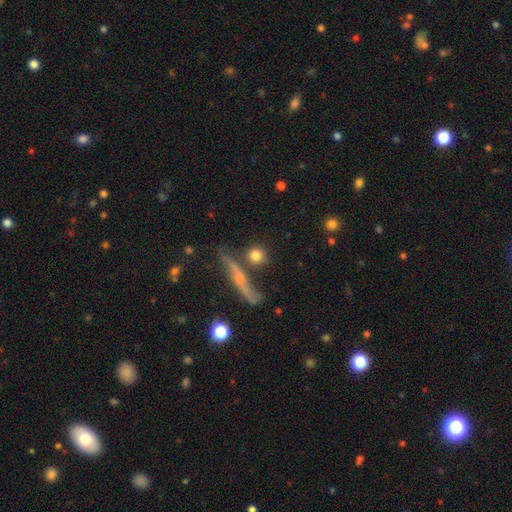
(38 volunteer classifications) Smooth or featured? smooth (76%)
How rounded? round (86%)
Merging? none (65%)